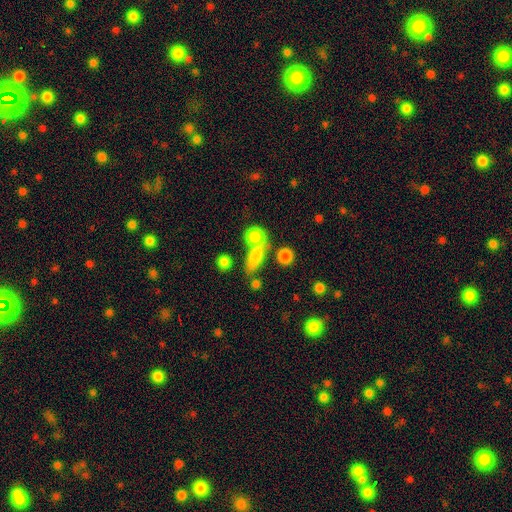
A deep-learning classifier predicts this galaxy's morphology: Smooth or featured: smooth — 79% (star or artifact — 11%)
How rounded: in between — 56% (round — 26%)
Merging: none — 50% (merger — 32%)